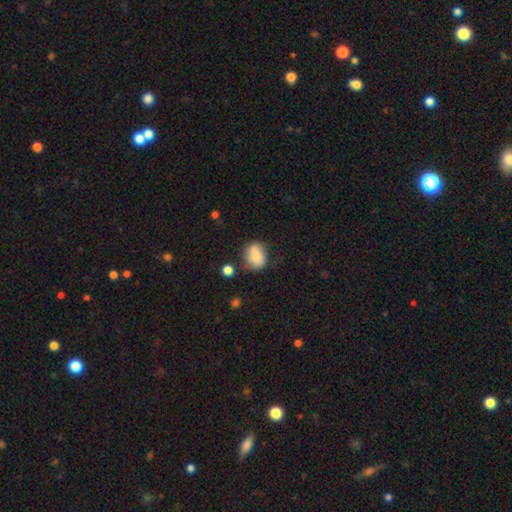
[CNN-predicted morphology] Smooth or featured? Predicted: smooth (p=0.75). How rounded? Predicted: in between (p=0.52). Merging? Predicted: none (p=0.63).